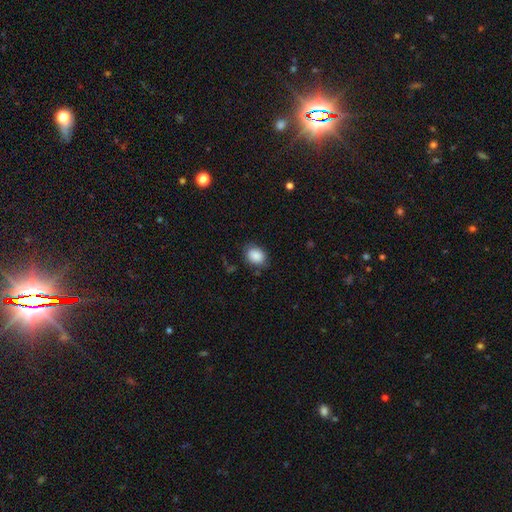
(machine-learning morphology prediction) A smooth galaxy with no disk features (88%) that is in between round and cigar-shaped (64%).

Vote fractions:
- Smooth or featured? smooth: 88% / star or artifact: 7% / featured or disk: 5%
- How rounded? in between: 64% / round: 35% / cigar-shaped: 1%
- Merging? none: 77% / minor disturbance: 17% / major disturbance: 4% / merger: 2%